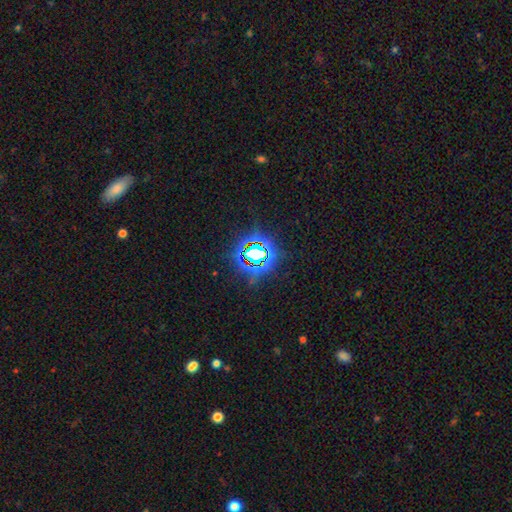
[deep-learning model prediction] Smooth or featured: star or artifact — 76% (smooth — 14%)